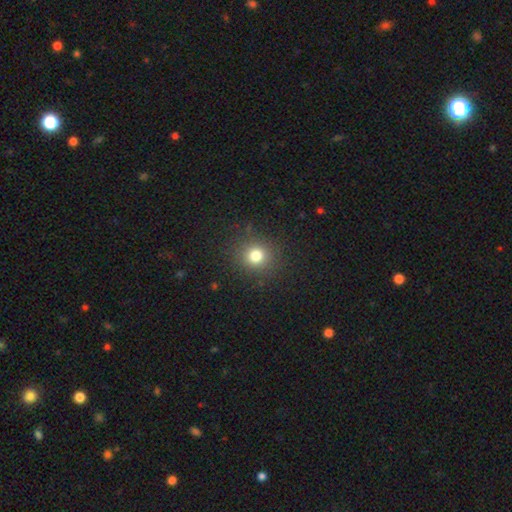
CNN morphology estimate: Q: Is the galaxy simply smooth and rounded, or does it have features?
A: smooth — 78%.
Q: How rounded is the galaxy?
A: round — 87%.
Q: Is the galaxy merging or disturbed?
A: none — 88%.